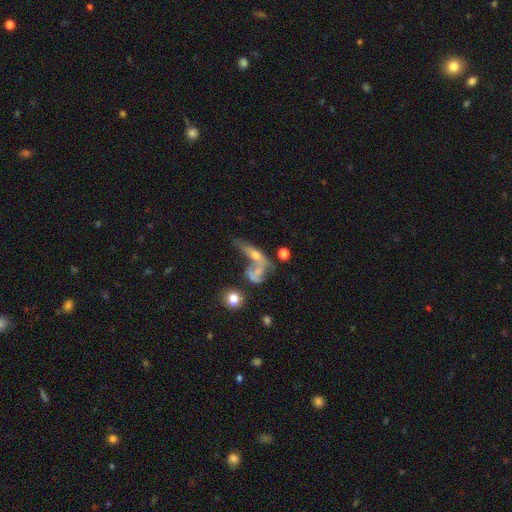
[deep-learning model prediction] featured or disk 50%, smooth 37%, star or artifact 13%. Down the decision tree: merging — merger (47%).